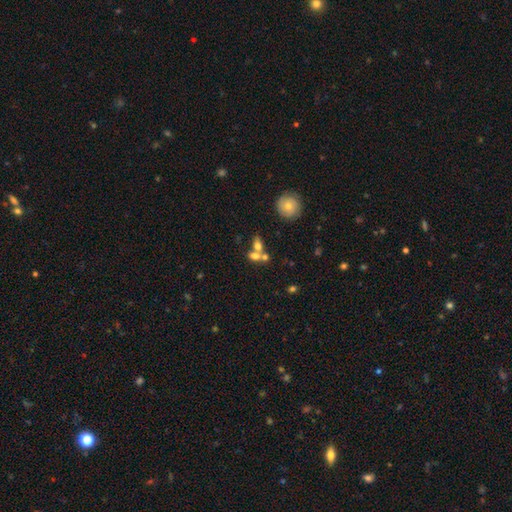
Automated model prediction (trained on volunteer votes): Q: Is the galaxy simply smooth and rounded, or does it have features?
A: smooth — 64%.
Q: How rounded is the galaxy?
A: in between — 64%.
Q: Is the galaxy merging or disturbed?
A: merger — 59%.